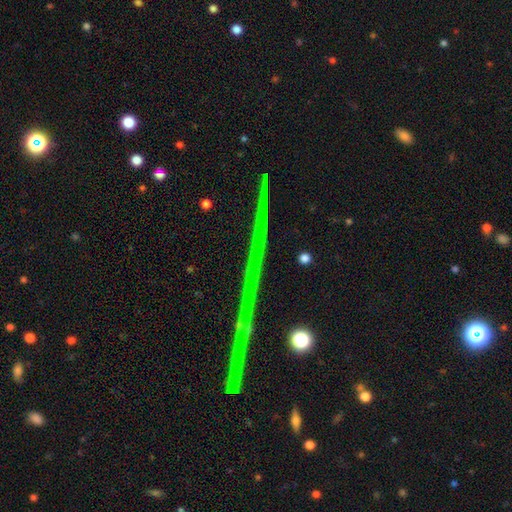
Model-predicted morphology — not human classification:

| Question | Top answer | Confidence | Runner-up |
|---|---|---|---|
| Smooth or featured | star or artifact | 76% | featured or disk (17%) |